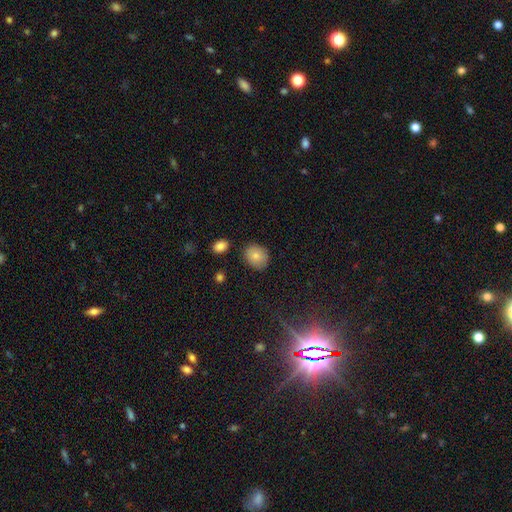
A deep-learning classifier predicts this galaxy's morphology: type=smooth (81%); roundness=in between (51%); merging=none (81%).